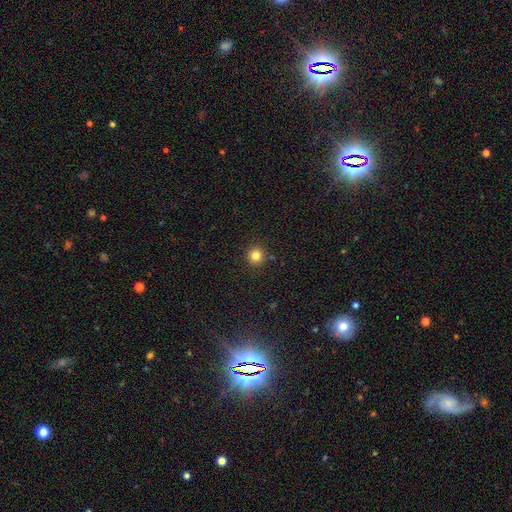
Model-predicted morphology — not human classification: smooth-or-featured: smooth: 82% | star or artifact: 13% | featured or disk: 5%
  how-rounded: round: 94% | in between: 5% | cigar-shaped: 1%
  merging: none: 90% | minor disturbance: 6% | merger: 2% | major disturbance: 2%